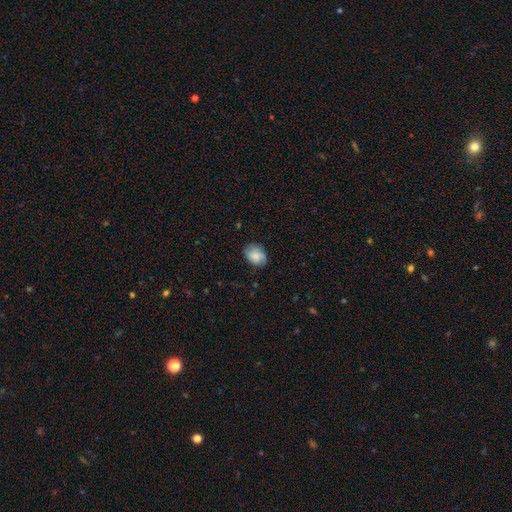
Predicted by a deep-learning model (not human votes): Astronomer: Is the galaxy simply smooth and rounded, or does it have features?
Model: smooth — 65%.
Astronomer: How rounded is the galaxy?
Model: in between — 63%.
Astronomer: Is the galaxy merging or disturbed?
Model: none — 75%.